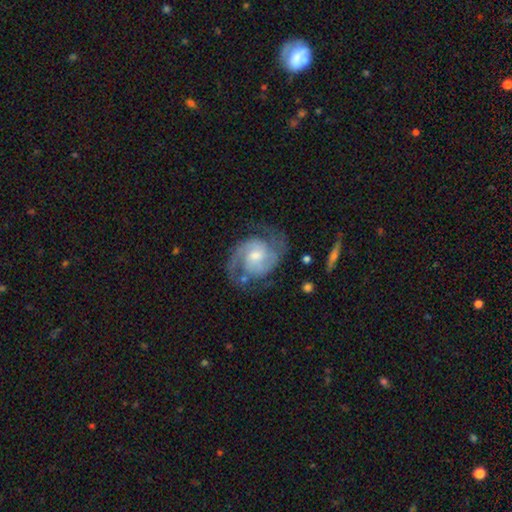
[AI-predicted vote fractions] This appears to be a featured or disk galaxy (90%) with no bar (54%), 2 (88%) medium (52%) spiral arms (98%) and a moderate central bulge (50%). Merging: none (73%).